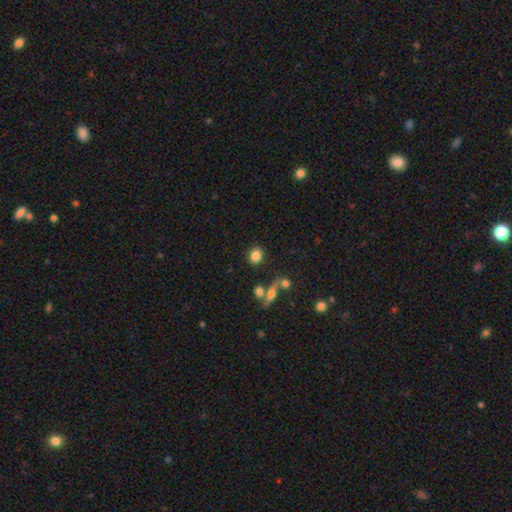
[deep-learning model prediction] Morphology: type=smooth (83%); roundness=round (61%); merging=none (82%).